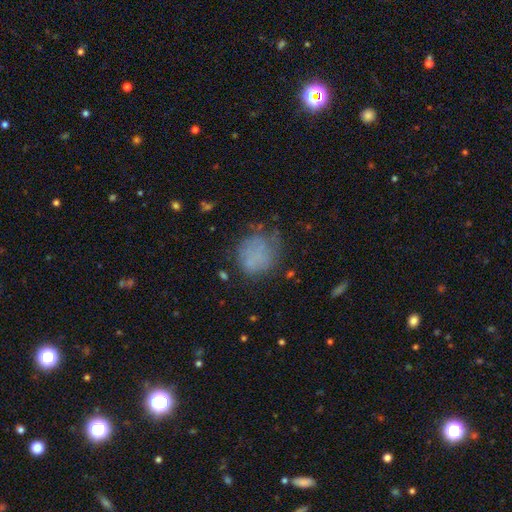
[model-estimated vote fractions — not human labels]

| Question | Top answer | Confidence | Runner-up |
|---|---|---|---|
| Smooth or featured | smooth | 63% | featured or disk (22%) |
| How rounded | round | 74% | in between (24%) |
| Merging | none | 53% | minor disturbance (26%) |